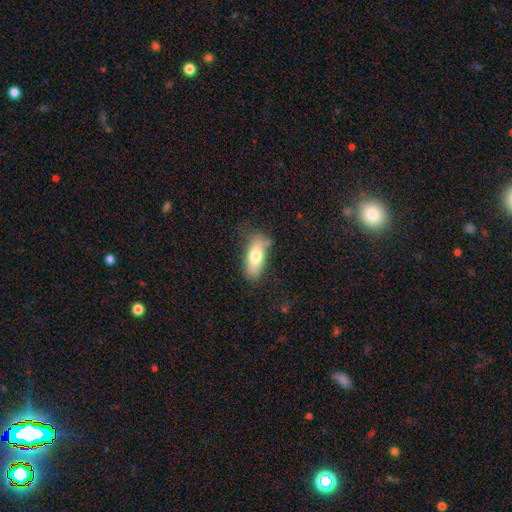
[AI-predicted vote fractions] Q: Smooth or featured?
A: smooth (73%); runner-up: featured or disk (21%)
Q: How rounded?
A: in between (77%); runner-up: cigar-shaped (20%)
Q: Merging?
A: none (69%); runner-up: minor disturbance (21%)